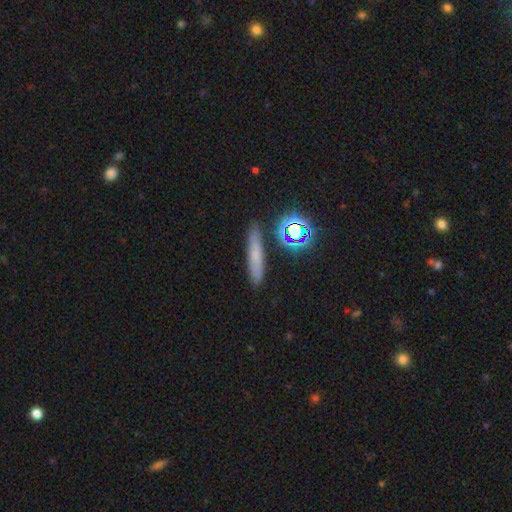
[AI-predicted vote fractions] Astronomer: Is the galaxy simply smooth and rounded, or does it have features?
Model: smooth — 60%.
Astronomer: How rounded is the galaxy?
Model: cigar-shaped — 77%.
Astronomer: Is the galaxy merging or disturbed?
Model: none — 84%.